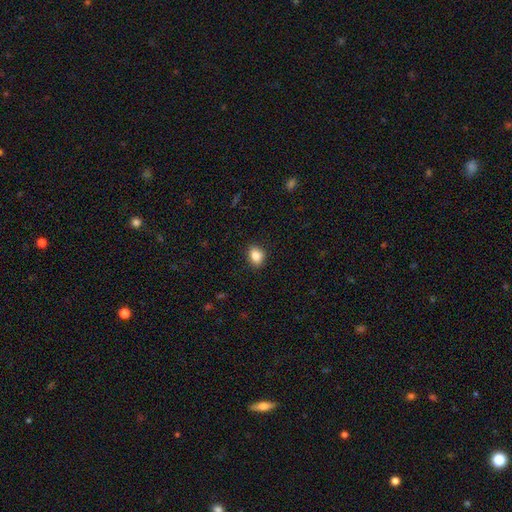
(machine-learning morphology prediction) Smooth or featured: smooth — 86% (star or artifact — 9%)
How rounded: in between — 63% (round — 35%)
Merging: none — 87% (minor disturbance — 10%)